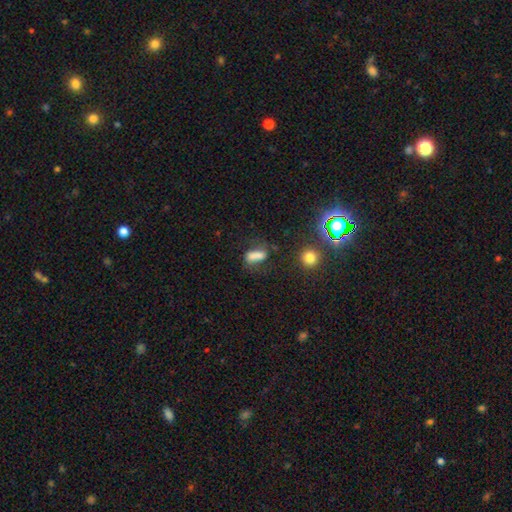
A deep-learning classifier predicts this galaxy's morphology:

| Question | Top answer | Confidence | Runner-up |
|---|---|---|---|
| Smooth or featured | smooth | 72% | star or artifact (14%) |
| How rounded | in between | 67% | cigar-shaped (25%) |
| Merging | none | 51% | minor disturbance (25%) |